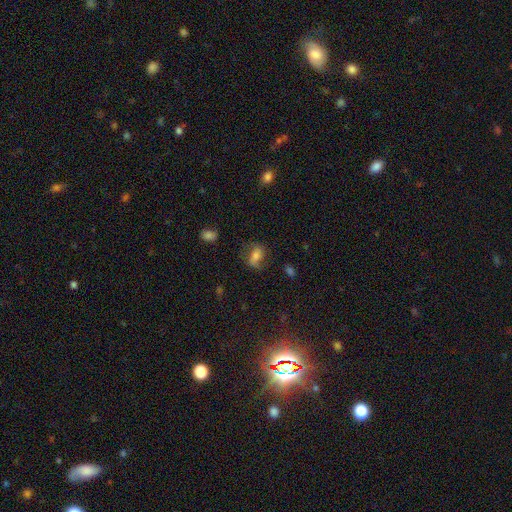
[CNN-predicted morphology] Smooth or featured? smooth (54%)
How rounded? in between (76%)
Merging? none (59%)